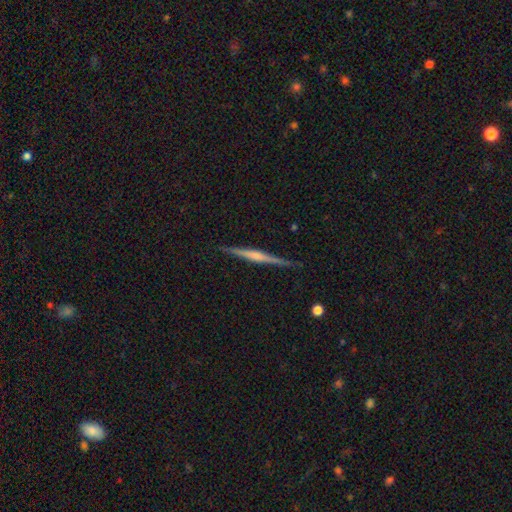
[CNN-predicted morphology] Smooth or featured?
  - featured or disk: 74% *
  - smooth: 20%
  - star or artifact: 6%
Edge-on disk?
  - yes: 98% *
  - no: 2%
Edge-on bulge?
  - rounded: 56% *
  - none: 25%
  - boxy: 20%
Merging?
  - none: 90% *
  - minor disturbance: 8%
  - major disturbance: 1%
  - merger: 1%